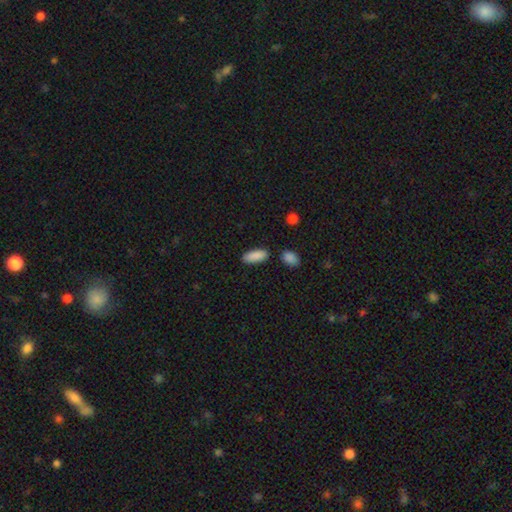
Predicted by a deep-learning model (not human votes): A smooth galaxy with no disk features (89%) that is in between round and cigar-shaped (78%). Merging: none (84%).